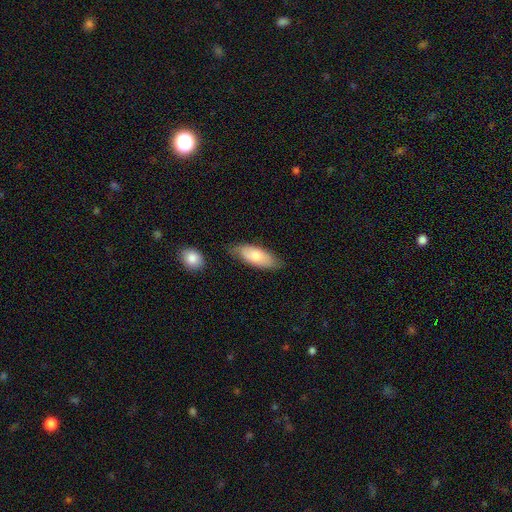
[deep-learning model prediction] smooth_or_featured: smooth (p=0.74) [alt: featured or disk p=0.21]
how_rounded: in between (p=0.83) [alt: cigar-shaped p=0.15]
merging: none (p=0.71) [alt: minor disturbance p=0.21]